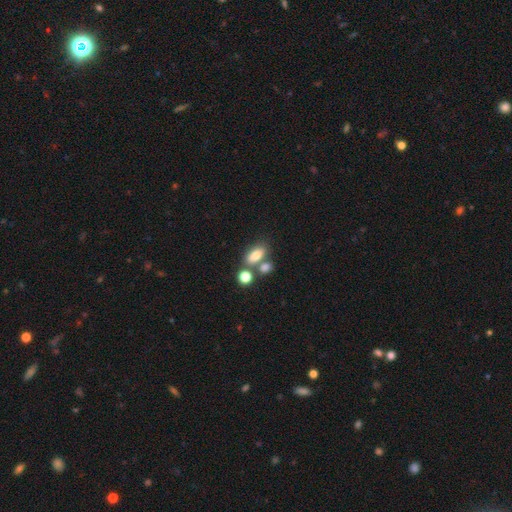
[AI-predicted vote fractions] Morphology: type=smooth (76%); roundness=in between (81%); merging=none (50%).